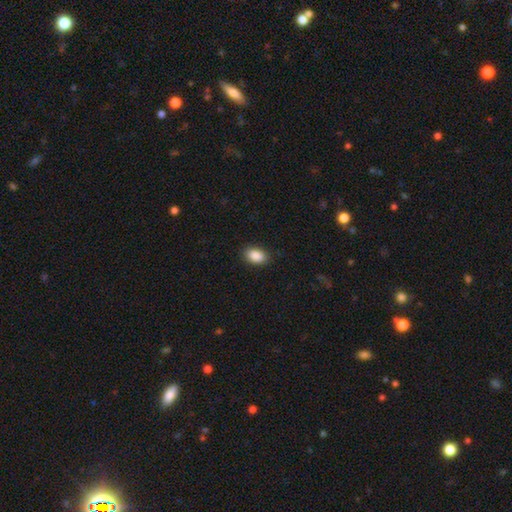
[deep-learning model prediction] Q: Smooth or featured?
A: smooth (90%); runner-up: star or artifact (7%)
Q: How rounded?
A: in between (88%); runner-up: round (10%)
Q: Merging?
A: none (88%); runner-up: minor disturbance (9%)